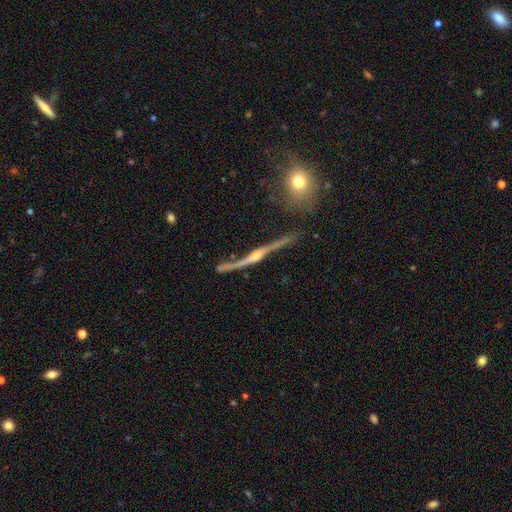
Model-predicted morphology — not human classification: Smooth or featured: featured or disk — 87% (smooth — 6%)
Edge-on disk: yes — 93% (no — 7%)
Edge-on bulge: rounded — 87% (none — 8%)
Merging: none — 77% (minor disturbance — 15%)